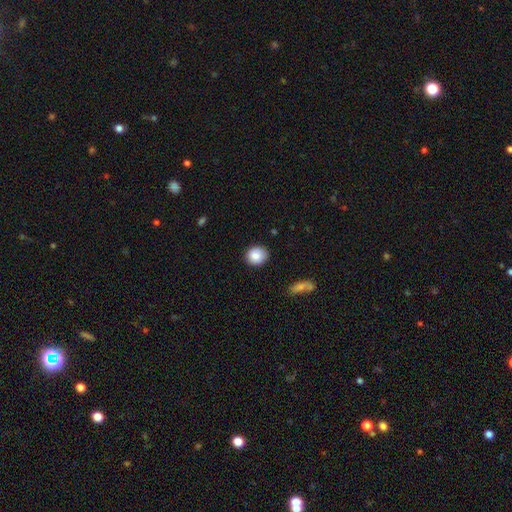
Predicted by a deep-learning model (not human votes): This is clearly a smooth galaxy (84%). How rounded: clearly round (81%). Merging: clearly none (85%).